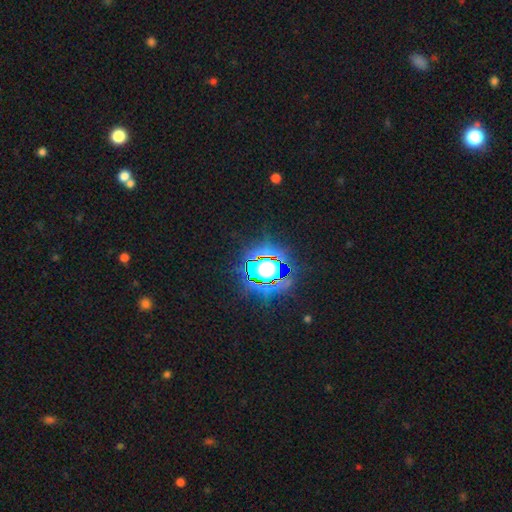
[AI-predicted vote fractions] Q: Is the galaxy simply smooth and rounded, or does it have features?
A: star or artifact — 74%.